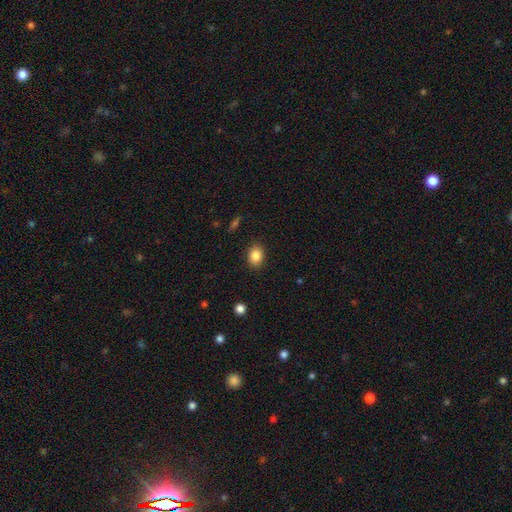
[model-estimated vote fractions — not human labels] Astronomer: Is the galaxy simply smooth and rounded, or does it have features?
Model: smooth — 85%.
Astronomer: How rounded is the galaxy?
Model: in between — 56% (runner-up: round, 43%).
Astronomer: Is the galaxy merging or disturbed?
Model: none — 88%.